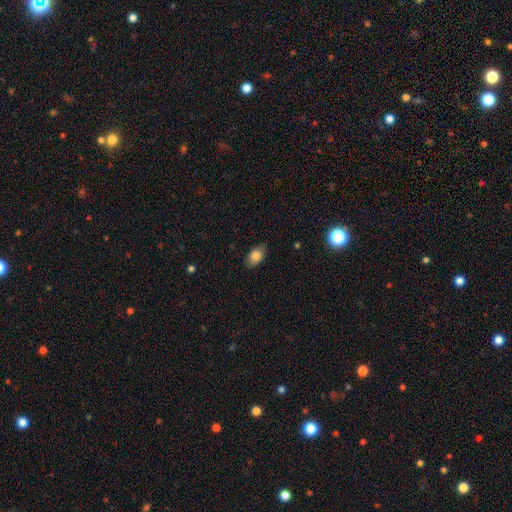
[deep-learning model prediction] Smooth or featured?
  - smooth: 83% *
  - featured or disk: 9%
  - star or artifact: 8%
How rounded?
  - in between: 89% *
  - round: 10%
  - cigar-shaped: 2%
Merging?
  - none: 82% *
  - minor disturbance: 14%
  - major disturbance: 3%
  - merger: 1%